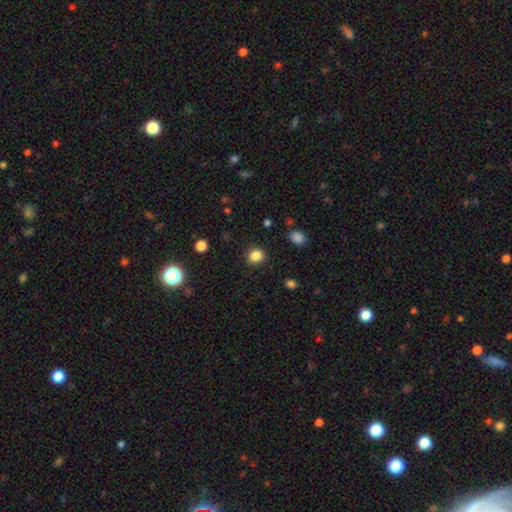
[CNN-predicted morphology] Q: Smooth or featured?
A: smooth (85%); runner-up: star or artifact (12%)
Q: How rounded?
A: round (78%); runner-up: in between (22%)
Q: Merging?
A: none (87%); runner-up: minor disturbance (8%)